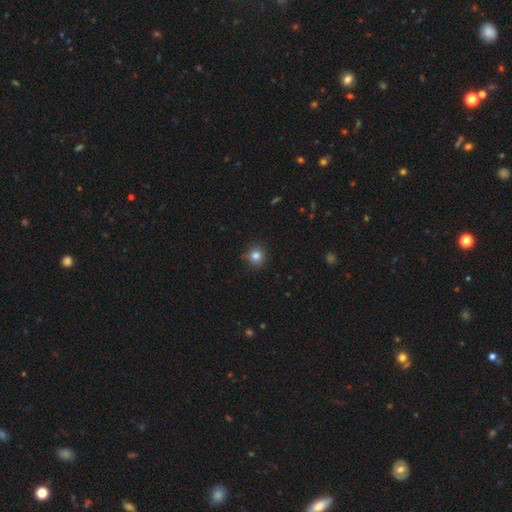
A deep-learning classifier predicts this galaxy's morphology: This is clearly a smooth galaxy (82%). How rounded: clearly round (91%). Merging: clearly none (82%).